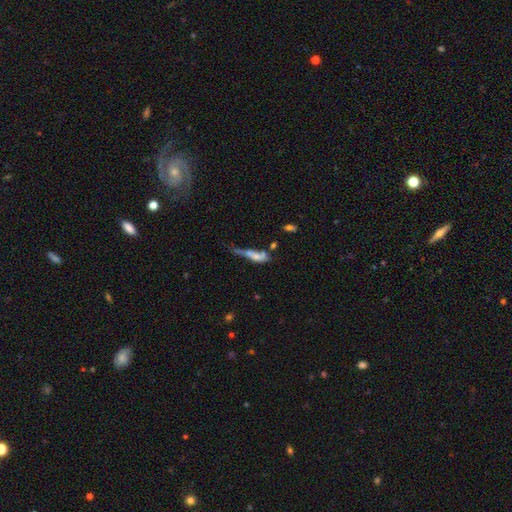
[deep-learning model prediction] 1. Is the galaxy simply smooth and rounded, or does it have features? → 48% smooth, 39% featured or disk, 12% star or artifact.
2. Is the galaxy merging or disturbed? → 34% major disturbance, 29% merger, 19% none, 18% minor disturbance.